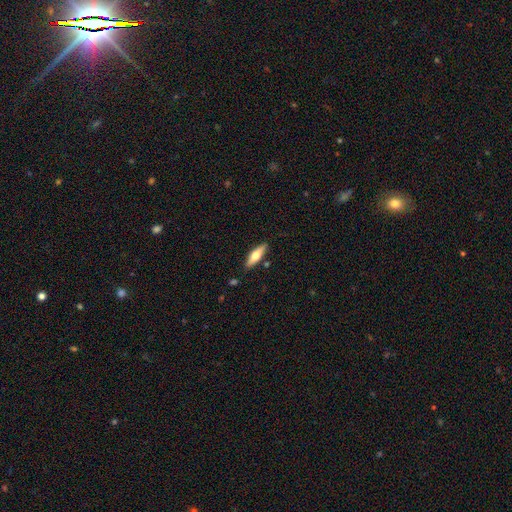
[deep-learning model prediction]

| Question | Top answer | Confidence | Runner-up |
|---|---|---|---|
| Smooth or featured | smooth | 55% | featured or disk (40%) |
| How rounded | cigar-shaped | 55% | in between (43%) |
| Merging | none | 85% | minor disturbance (10%) |